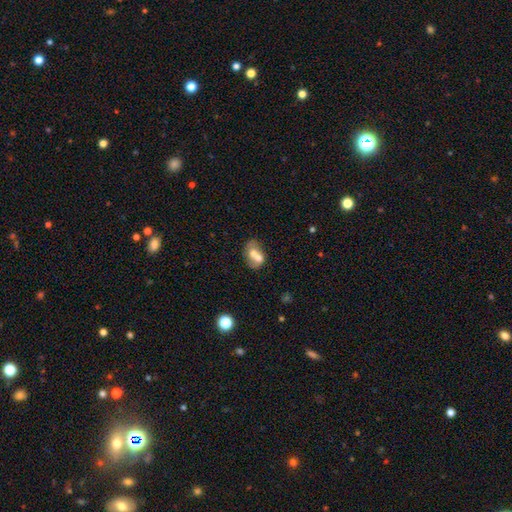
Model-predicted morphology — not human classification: Smooth or featured?
  - smooth: 61% *
  - featured or disk: 30%
  - star or artifact: 9%
How rounded?
  - in between: 69% *
  - round: 30%
  - cigar-shaped: 2%
Merging?
  - merger: 61% *
  - none: 24%
  - minor disturbance: 9%
  - major disturbance: 5%